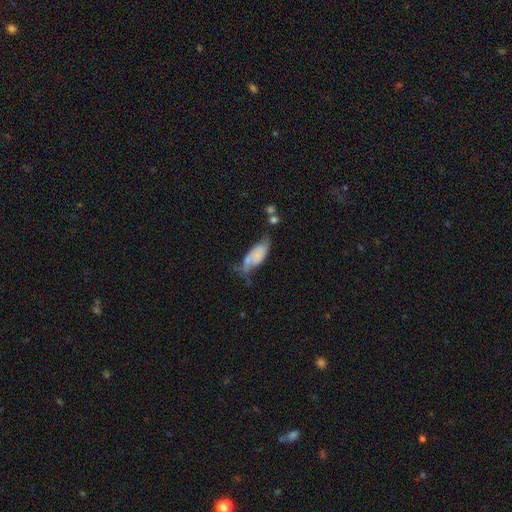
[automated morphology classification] smooth 61%, featured or disk 31%, star or artifact 8%. Down the decision tree: how rounded — in between (80%); merging — minor disturbance (32%).